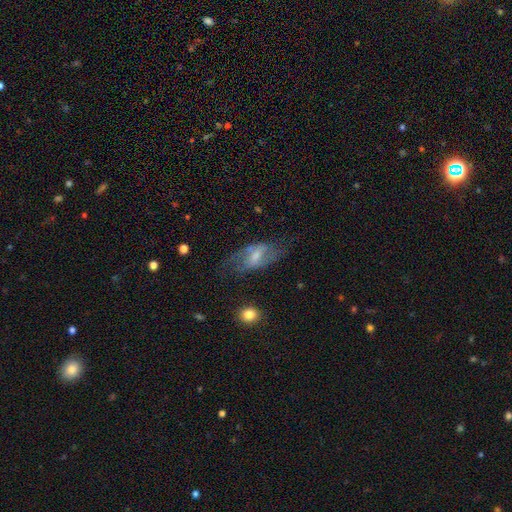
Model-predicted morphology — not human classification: Smooth or featured?
  - featured or disk: 71% *
  - smooth: 22%
  - star or artifact: 7%
Edge-on disk?
  - no: 92% *
  - yes: 8%
Bar?
  - weak: 52% *
  - strong: 29%
  - no: 19%
Spiral arms?
  - yes: 85% *
  - no: 15%
Spiral winding?
  - medium: 44% *
  - loose: 41%
  - tight: 15%
Spiral arm count?
  - 2: 85% *
  - can't tell: 9%
  - 1: 2%
  - 3: 1%
  - 4: 1%
  - more than 4: 1%
Bulge size?
  - moderate: 40% * (tied)
  - small: 40% * (tied)
  - none: 12%
  - large: 7%
  - dominant: 1%
Merging?
  - none: 63% *
  - minor disturbance: 20%
  - major disturbance: 14%
  - merger: 3%